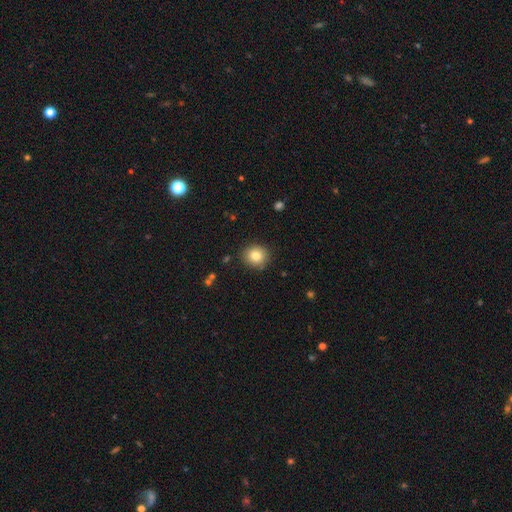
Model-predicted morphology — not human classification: smooth 81%, star or artifact 10%, featured or disk 8%. Down the decision tree: how rounded — round (83%); merging — none (88%).